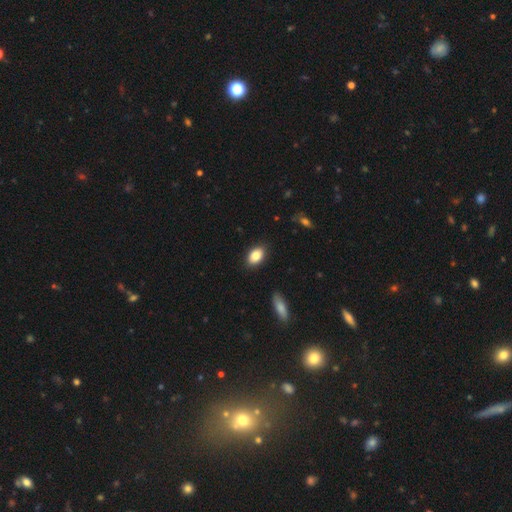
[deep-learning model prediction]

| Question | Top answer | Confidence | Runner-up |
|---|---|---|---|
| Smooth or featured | smooth | 85% | featured or disk (8%) |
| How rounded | in between | 89% | round (9%) |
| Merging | none | 88% | minor disturbance (9%) |